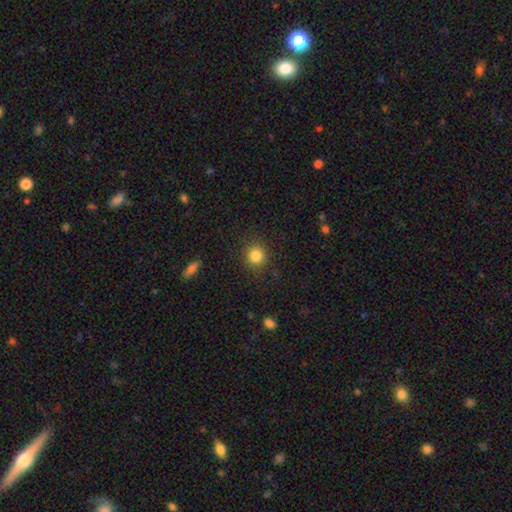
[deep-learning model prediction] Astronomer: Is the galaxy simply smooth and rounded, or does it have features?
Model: smooth — 84%.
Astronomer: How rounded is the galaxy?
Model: round — 89%.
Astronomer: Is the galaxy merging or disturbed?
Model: none — 89%.